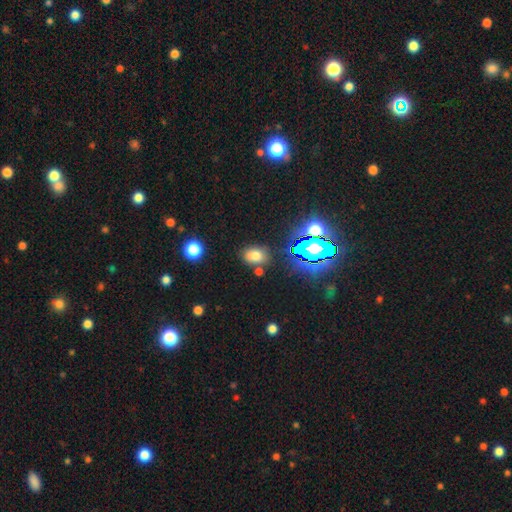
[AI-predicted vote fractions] Q: Smooth or featured?
A: smooth (68%); runner-up: star or artifact (22%)
Q: How rounded?
A: in between (73%); runner-up: round (26%)
Q: Merging?
A: none (75%); runner-up: minor disturbance (13%)